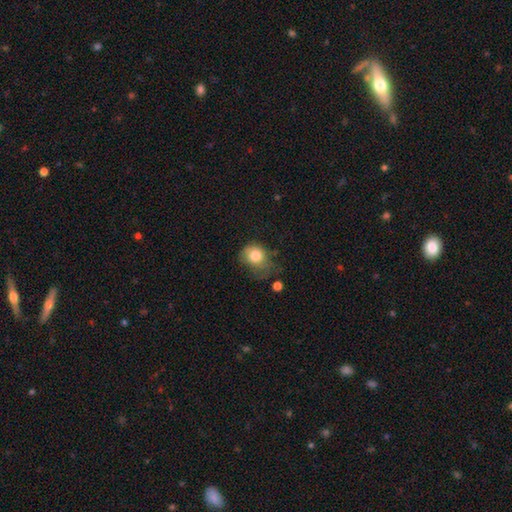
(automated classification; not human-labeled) The model was most divided on "merging": minor disturbance: 35%, none: 32%, major disturbance: 28%, merger: 5%. More confident: smooth or featured — smooth (79%); how rounded — round (64%).